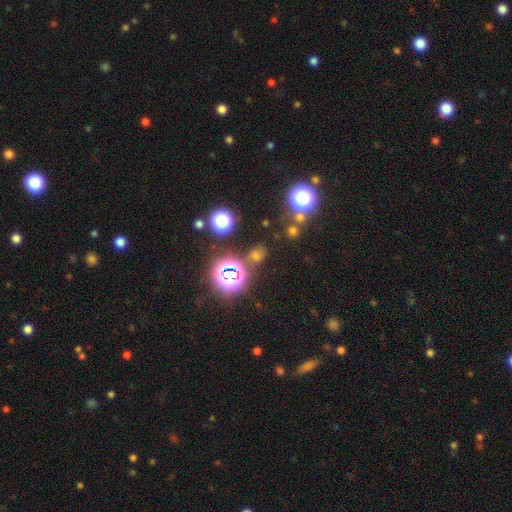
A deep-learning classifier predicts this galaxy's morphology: type=smooth (50%); merging=none (77%).